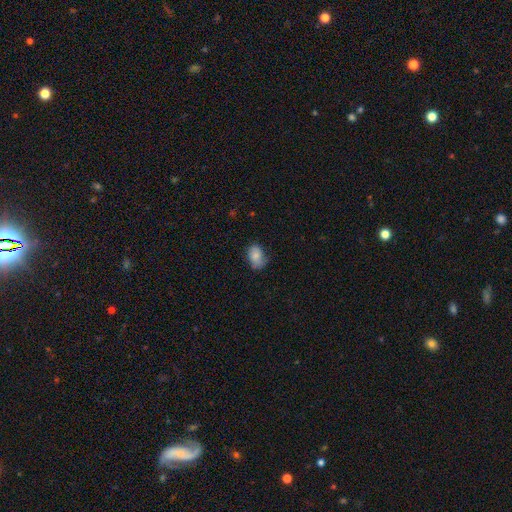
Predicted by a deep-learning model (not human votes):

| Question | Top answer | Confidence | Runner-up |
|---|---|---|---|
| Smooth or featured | smooth | 78% | featured or disk (14%) |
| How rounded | in between | 80% | round (19%) |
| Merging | none | 58% | minor disturbance (31%) |